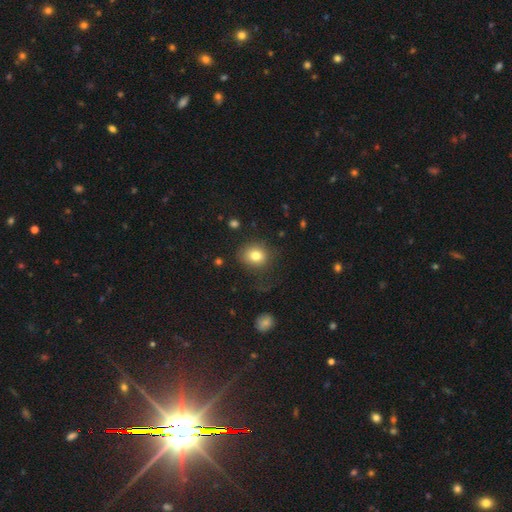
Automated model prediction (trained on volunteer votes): A smooth galaxy with no disk features (80%) that is round (64%). Merging: none (75%).